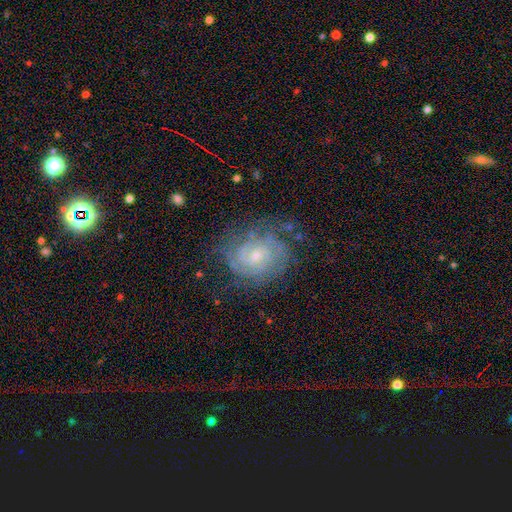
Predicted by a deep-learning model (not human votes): Smooth or featured? Predicted: featured or disk (p=0.79). Edge-on disk? Predicted: no (p=0.97). Bar? Predicted: no (p=0.62). Spiral arms? Predicted: yes (p=0.94). Spiral winding? Predicted: tight (p=0.72). Spiral arm count? Predicted: can't tell (p=0.39). Bulge size? Predicted: small (p=0.58). Merging? Predicted: none (p=0.70).